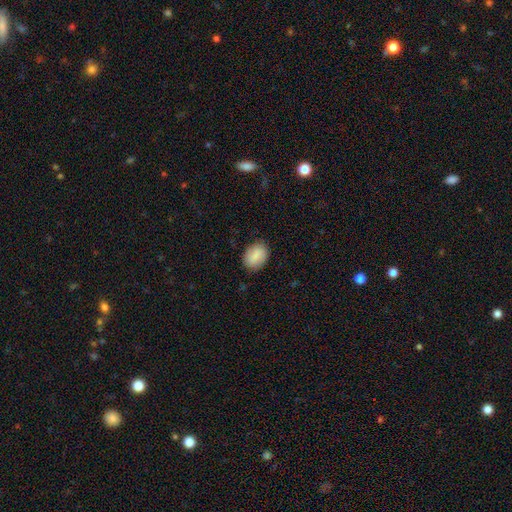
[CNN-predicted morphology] smooth 86%, featured or disk 8%, star or artifact 6%. Down the decision tree: how rounded — in between (77%); merging — none (84%).